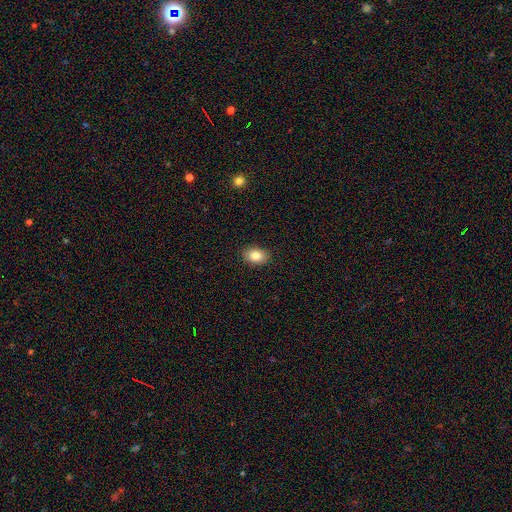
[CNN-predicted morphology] smooth-or-featured: smooth: 84% | star or artifact: 8% | featured or disk: 7%
  how-rounded: in between: 80% | round: 19% | cigar-shaped: 1%
  merging: none: 90% | minor disturbance: 8% | major disturbance: 2% | merger: 1%